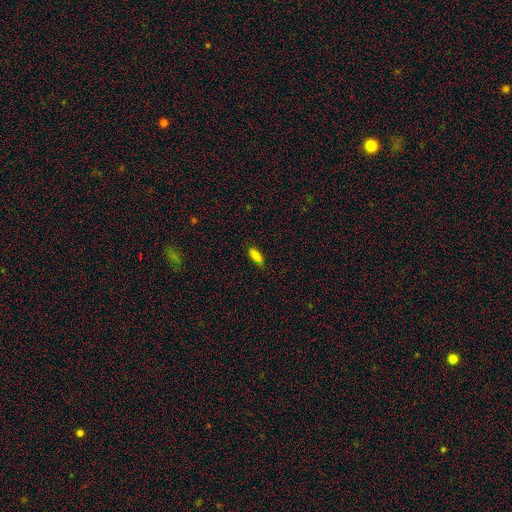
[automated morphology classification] A smooth galaxy with no disk features (84%) that is in between round and cigar-shaped (78%). Merging: none (75%).